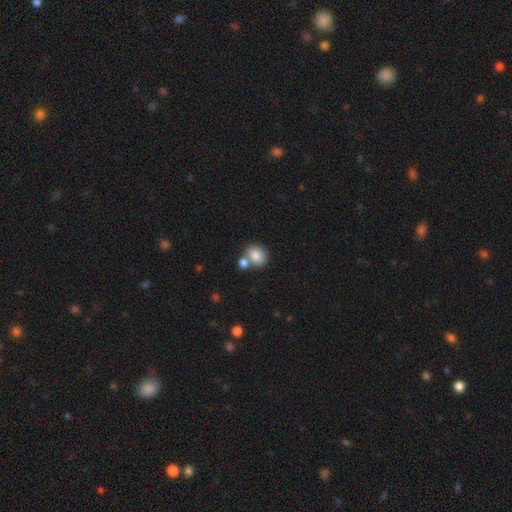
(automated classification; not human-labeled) A smooth galaxy with no disk features (83%) that is round (70%). Merging: none (57%).